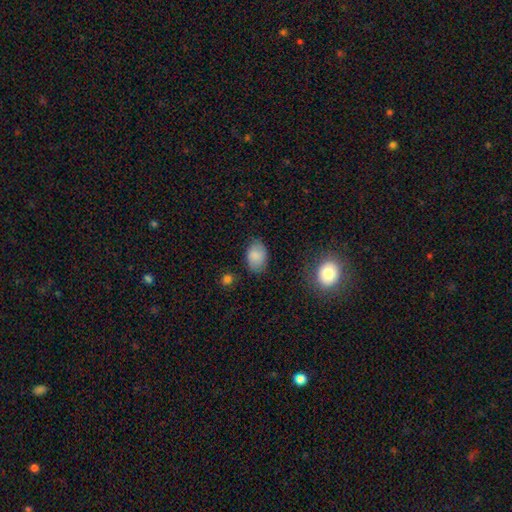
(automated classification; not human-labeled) smooth 86%, star or artifact 7%, featured or disk 6%. Down the decision tree: how rounded — in between (84%); merging — none (78%).